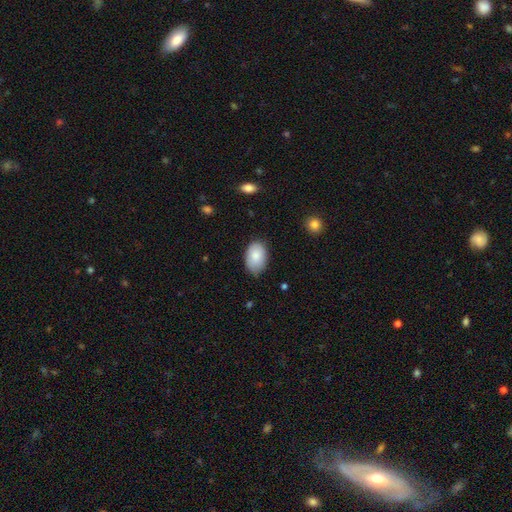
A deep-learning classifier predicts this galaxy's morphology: Overall: smooth (84%). How rounded: in between (90%). Merging: none (74%).